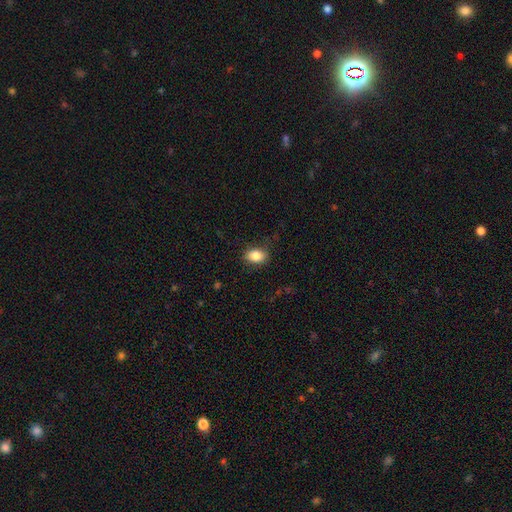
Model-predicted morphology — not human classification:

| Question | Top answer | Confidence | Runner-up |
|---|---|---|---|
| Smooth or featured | smooth | 85% | star or artifact (8%) |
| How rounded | in between | 78% | round (21%) |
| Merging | none | 81% | minor disturbance (14%) |